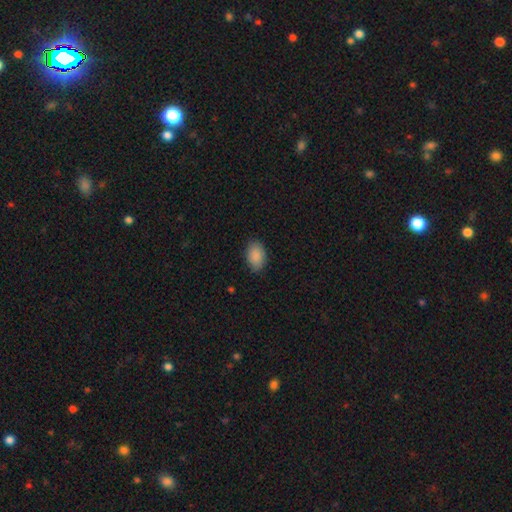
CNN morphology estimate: Smooth or featured: smooth — 89% (star or artifact — 7%)
How rounded: in between — 87% (round — 11%)
Merging: none — 83% (minor disturbance — 13%)